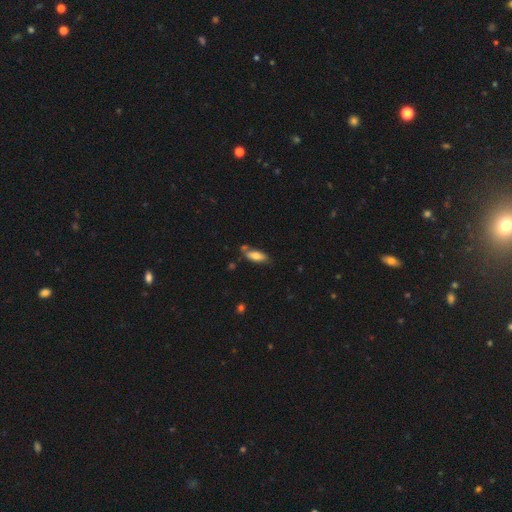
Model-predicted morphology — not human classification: type=smooth (73%); roundness=in between (72%); merging=none (64%).